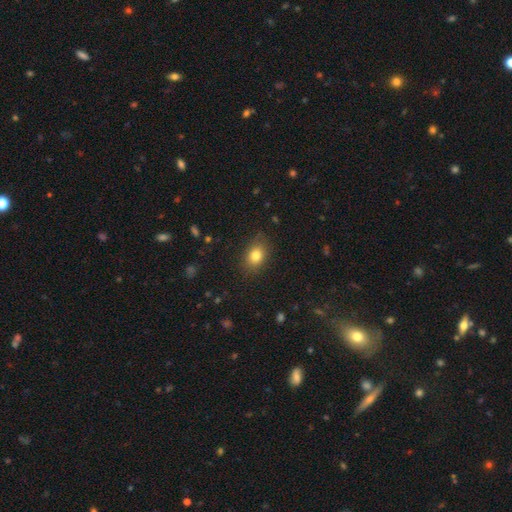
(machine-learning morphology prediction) Smooth or featured: smooth — 81% (star or artifact — 11%)
How rounded: in between — 66% (round — 33%)
Merging: none — 83% (minor disturbance — 12%)